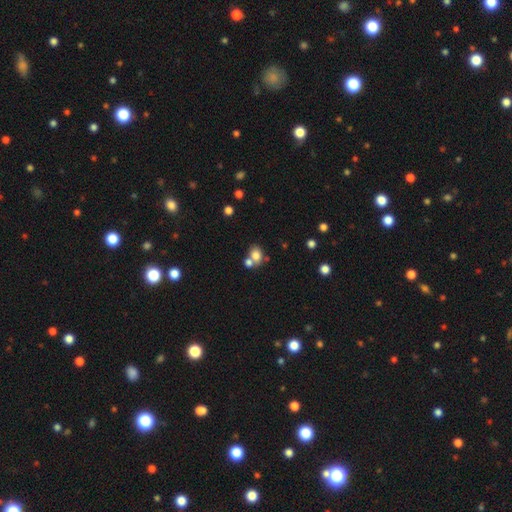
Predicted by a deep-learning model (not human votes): Smooth or featured? Predicted: smooth (p=0.77). How rounded? Predicted: in between (p=0.53). Merging? Predicted: merger (p=0.44).